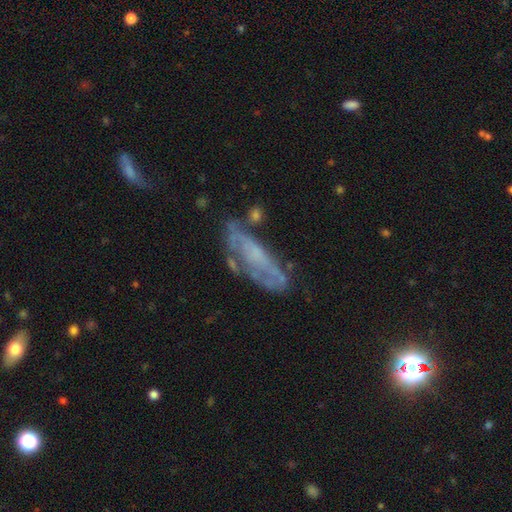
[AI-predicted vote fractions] Overall: featured or disk (63%; smooth 24%). Edge-on disk: no (78%). Merging: none (53%; minor disturbance 23%).